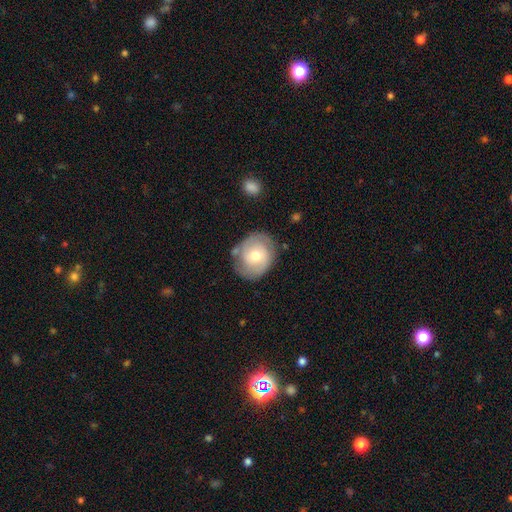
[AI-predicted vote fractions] Smooth or featured: featured or disk — 60% (smooth — 34%)
Edge-on disk: no — 97% (yes — 3%)
Bar: no — 68% (weak — 27%)
Spiral arms: yes — 82% (no — 18%)
Bulge size: moderate — 71% (small — 21%)
Merging: none — 72% (minor disturbance — 18%)